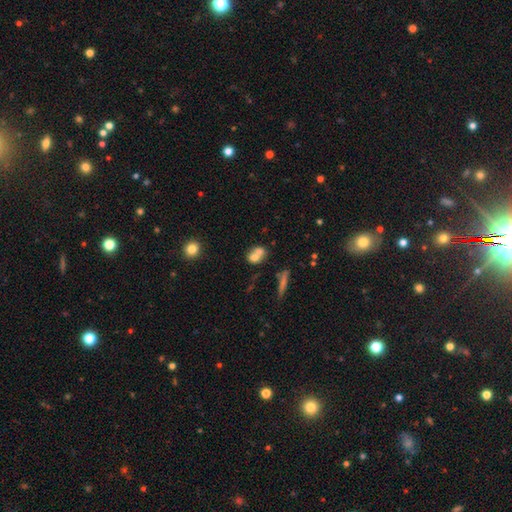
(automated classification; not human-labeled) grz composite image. It shows a smooth galaxy with no disk features (66%) that is round (56%). Merging: merger (60%).